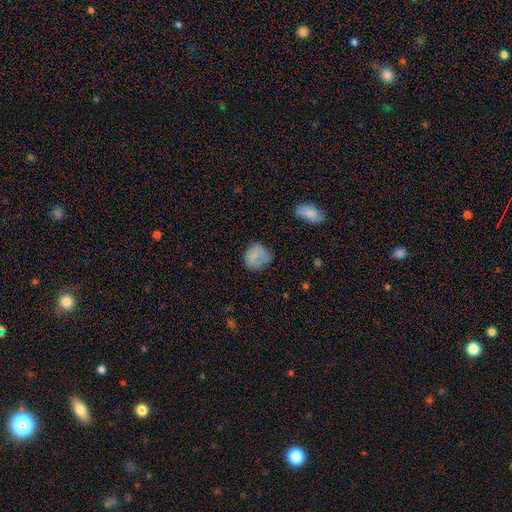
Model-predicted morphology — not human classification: Q: Smooth or featured?
A: smooth (71%); runner-up: featured or disk (18%)
Q: How rounded?
A: round (65%); runner-up: in between (34%)
Q: Merging?
A: none (45%); runner-up: minor disturbance (33%)